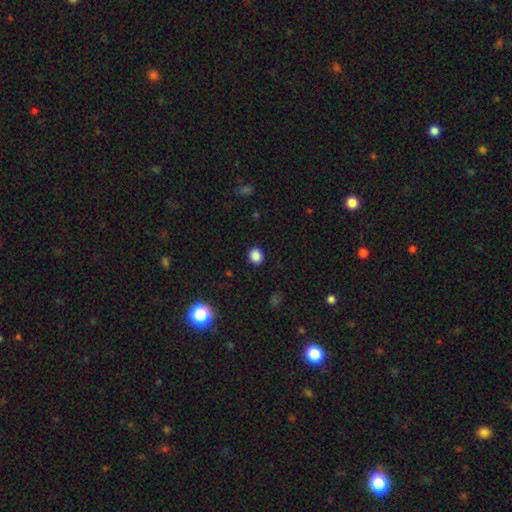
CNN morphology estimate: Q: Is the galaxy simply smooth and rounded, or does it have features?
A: smooth — 86%.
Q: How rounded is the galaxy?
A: round — 80%.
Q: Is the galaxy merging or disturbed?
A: none — 91%.